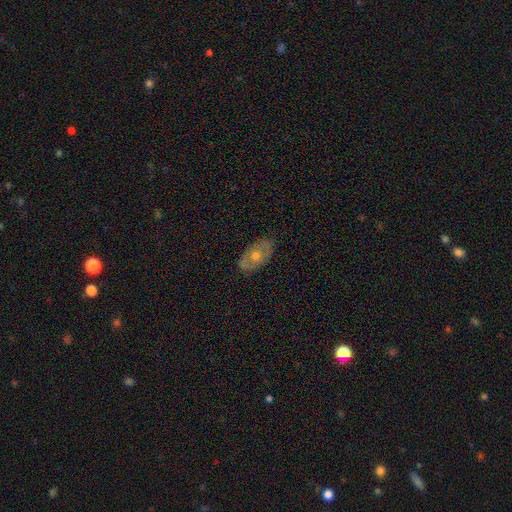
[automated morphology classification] Overall: featured or disk (50%; smooth 42%). Edge-on disk: no (86%). Merging: none (81%).